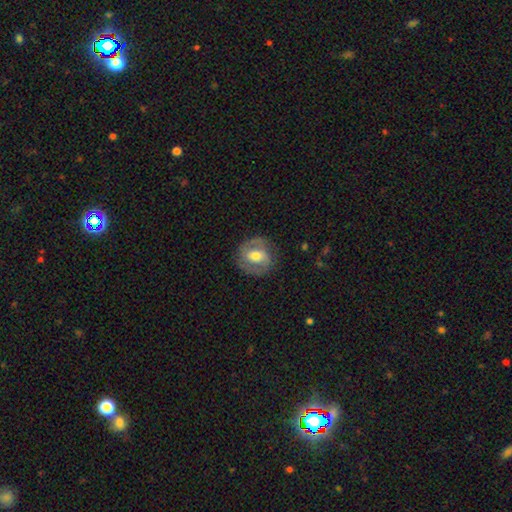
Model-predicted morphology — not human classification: A featured or disk galaxy (58%) with a weak bar (40%), spiral arms (64%) and a moderate central bulge (68%).

Vote fractions:
- Smooth or featured? featured or disk: 58% / smooth: 35% / star or artifact: 6%
- Edge-on disk? no: 95% / yes: 5%
- Bar? weak: 40% / no: 31% / strong: 29%
- Spiral arms? yes: 64% / no: 36%
- Bulge size? moderate: 68% / small: 19% / large: 10% / none: 1% / dominant: 1%
- Merging? none: 79% / minor disturbance: 13% / major disturbance: 6% / merger: 1%